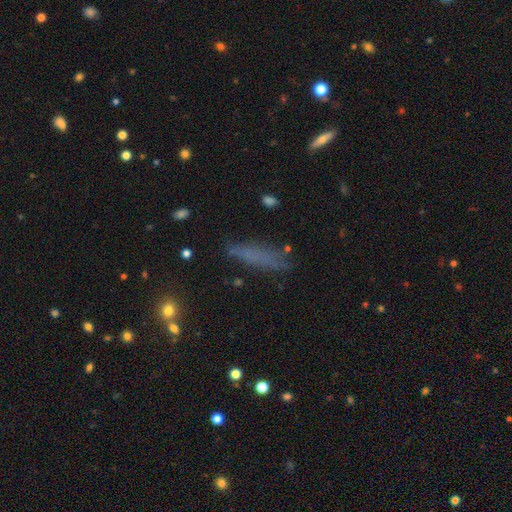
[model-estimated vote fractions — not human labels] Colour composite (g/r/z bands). It shows a smooth galaxy with no disk features (65%) that is cigar-shaped (75%). Merging: none (73%).